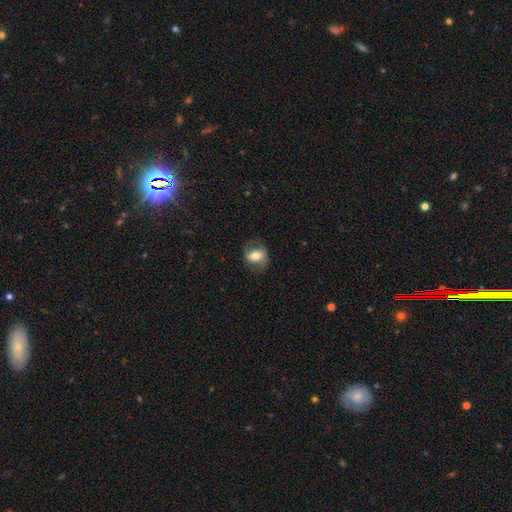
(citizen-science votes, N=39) This appears to be a smooth galaxy with no disk features (59%) that is in between round and cigar-shaped (78%). Merging: none (80%).